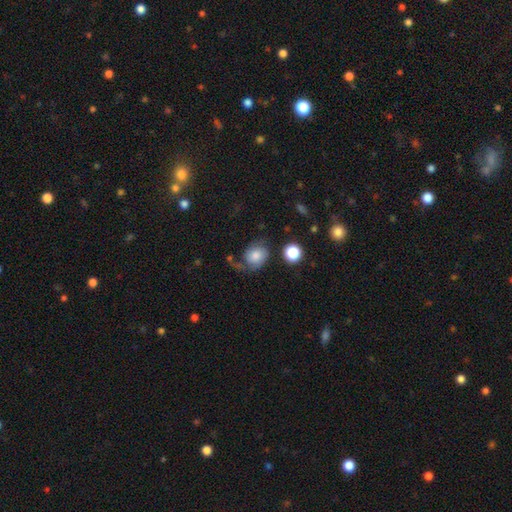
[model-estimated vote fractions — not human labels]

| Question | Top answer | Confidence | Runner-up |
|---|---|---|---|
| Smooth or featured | smooth | 60% | featured or disk (30%) |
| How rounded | round | 60% | in between (39%) |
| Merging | none | 41% | major disturbance (26%) |